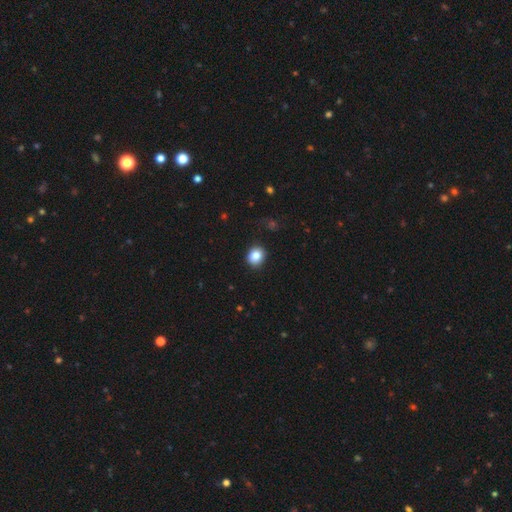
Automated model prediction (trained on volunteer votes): Smooth or featured? smooth (85%)
How rounded? round (66%)
Merging? none (88%)